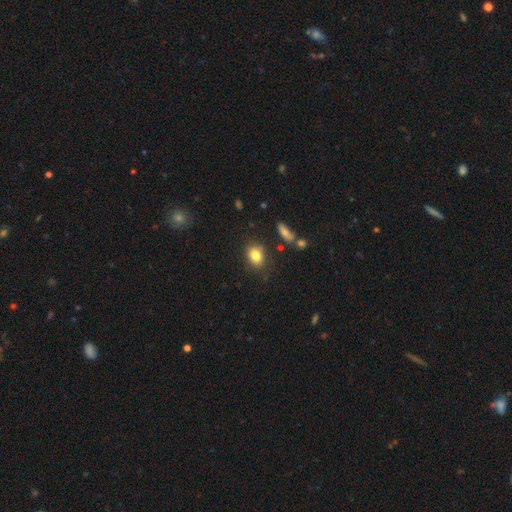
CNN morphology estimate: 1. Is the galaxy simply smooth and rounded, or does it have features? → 82% smooth, 10% star or artifact, 8% featured or disk.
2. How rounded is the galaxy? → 62% in between, 36% round, 2% cigar-shaped.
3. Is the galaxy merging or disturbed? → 77% none, 15% minor disturbance, 4% merger, 4% major disturbance.